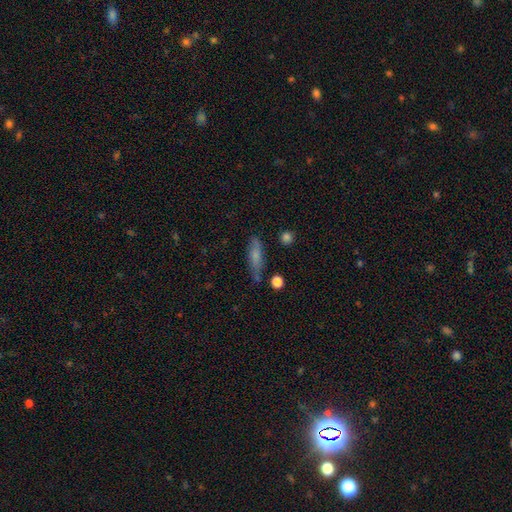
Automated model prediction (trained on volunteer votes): A smooth galaxy with no disk features (61%) that is cigar-shaped (62%).

Vote fractions:
- Smooth or featured? smooth: 61% / featured or disk: 29% / star or artifact: 10%
- How rounded? cigar-shaped: 62% / in between: 34% / round: 4%
- Merging? none: 73% / minor disturbance: 19% / major disturbance: 5% / merger: 4%